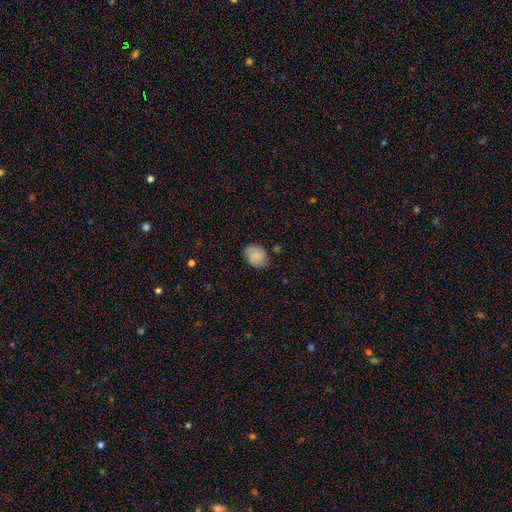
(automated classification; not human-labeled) smooth-or-featured: smooth: 83% | featured or disk: 9% | star or artifact: 8%
  how-rounded: in between: 57% | round: 42% | cigar-shaped: 1%
  merging: none: 70% | minor disturbance: 23% | major disturbance: 4% | merger: 2%